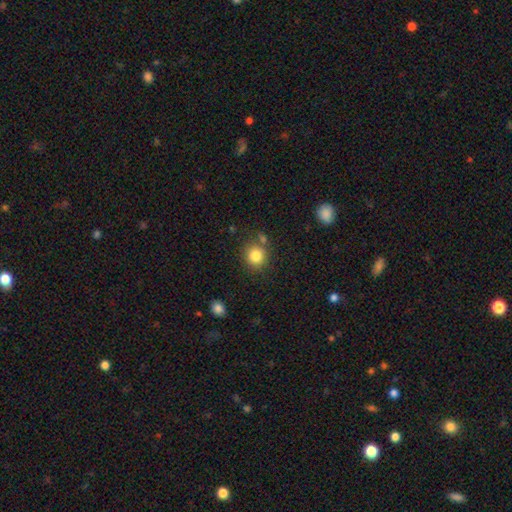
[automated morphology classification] Smooth or featured? smooth (84%)
How rounded? round (87%)
Merging? none (76%)